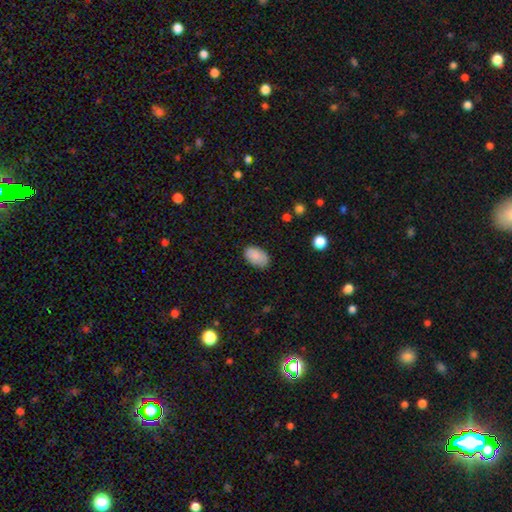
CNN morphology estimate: Smooth or featured: smooth — 88% (star or artifact — 7%)
How rounded: in between — 93% (round — 6%)
Merging: none — 81% (minor disturbance — 15%)